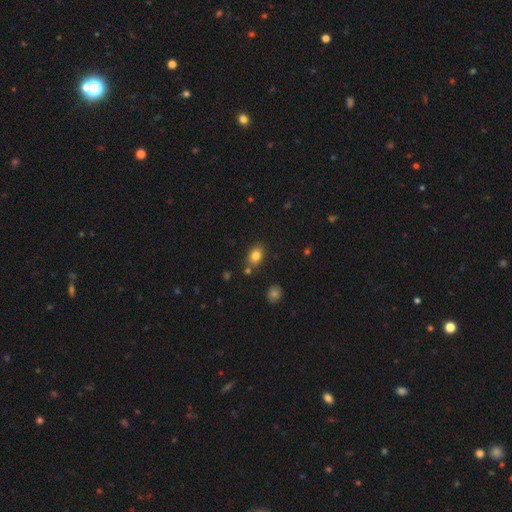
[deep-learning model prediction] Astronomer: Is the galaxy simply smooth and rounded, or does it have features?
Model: smooth — 82%.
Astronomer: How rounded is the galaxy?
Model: in between — 75%.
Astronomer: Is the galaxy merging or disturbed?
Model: none — 78%.